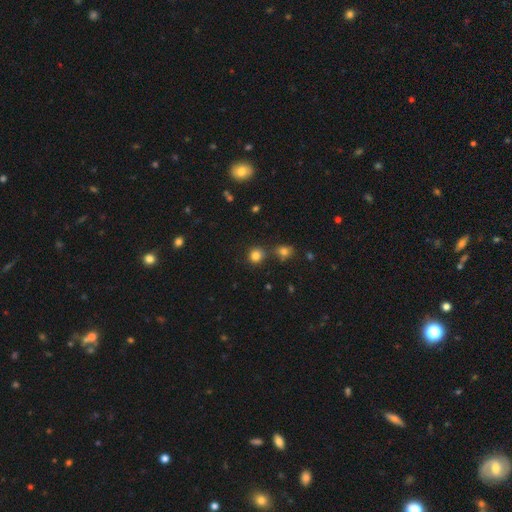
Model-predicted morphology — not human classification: type=smooth (81%); roundness=round (88%); merging=none (76%).